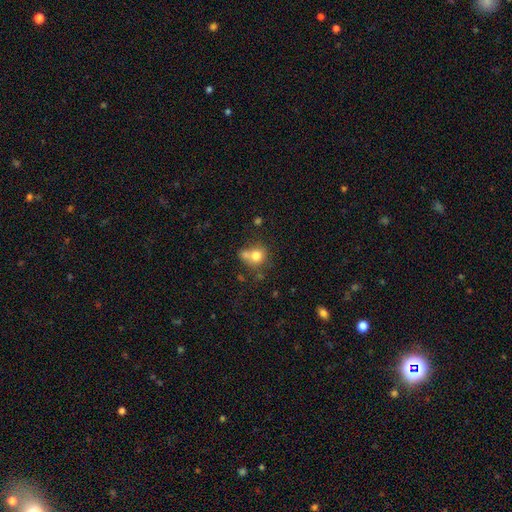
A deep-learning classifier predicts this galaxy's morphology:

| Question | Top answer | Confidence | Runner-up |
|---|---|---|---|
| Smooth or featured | smooth | 75% | featured or disk (13%) |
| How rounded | round | 77% | in between (22%) |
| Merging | none | 43% | merger (36%) |